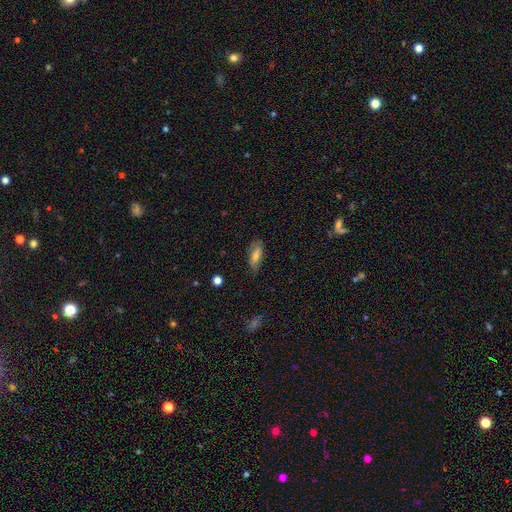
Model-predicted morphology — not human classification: smooth 61%, featured or disk 29%, star or artifact 10%. Down the decision tree: how rounded — in between (66%); merging — none (75%).